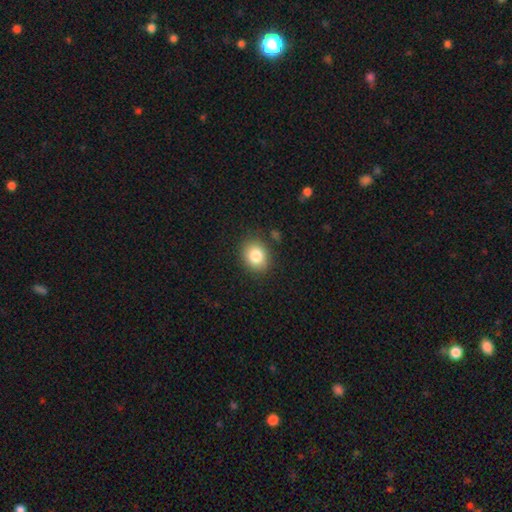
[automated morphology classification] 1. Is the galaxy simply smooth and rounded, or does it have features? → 84% smooth, 9% star or artifact, 7% featured or disk.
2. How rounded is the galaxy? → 59% round, 40% in between, 1% cigar-shaped.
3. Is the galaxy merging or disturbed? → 86% none, 10% minor disturbance, 3% major disturbance, 2% merger.